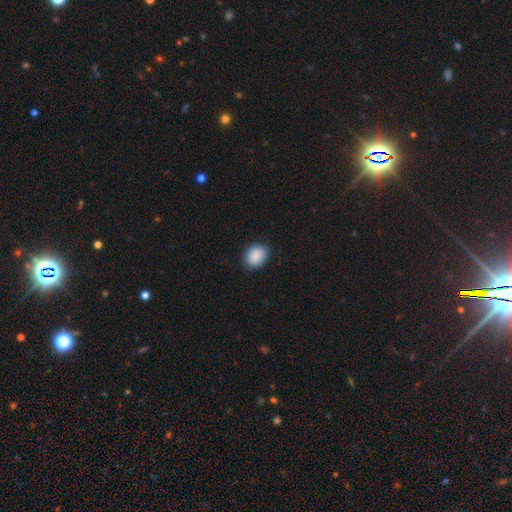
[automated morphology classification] smooth_or_featured: smooth (p=0.90) [alt: star or artifact p=0.07]
how_rounded: in between (p=0.57) [alt: round p=0.42]
merging: none (p=0.87) [alt: minor disturbance p=0.10]